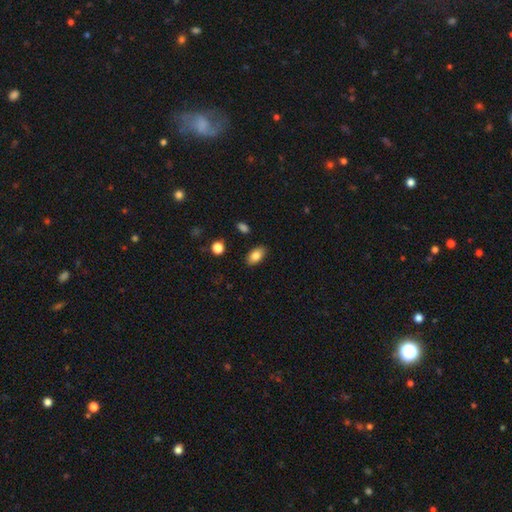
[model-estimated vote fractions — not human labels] A smooth galaxy with no disk features (83%) that is in between round and cigar-shaped (91%).

Vote fractions:
- Smooth or featured? smooth: 83% / featured or disk: 9% / star or artifact: 8%
- How rounded? in between: 91% / round: 6% / cigar-shaped: 2%
- Merging? none: 87% / minor disturbance: 9% / major disturbance: 2% / merger: 2%